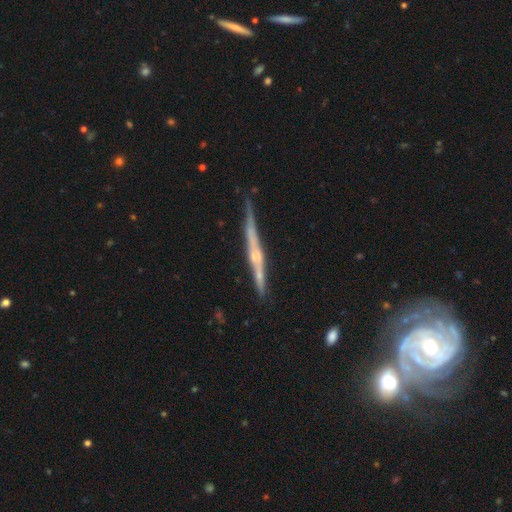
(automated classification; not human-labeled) Smooth or featured? Predicted: featured or disk (p=0.78). Edge-on disk? Predicted: yes (p=0.97). Edge-on bulge? Predicted: rounded (p=0.61). Merging? Predicted: none (p=0.76).